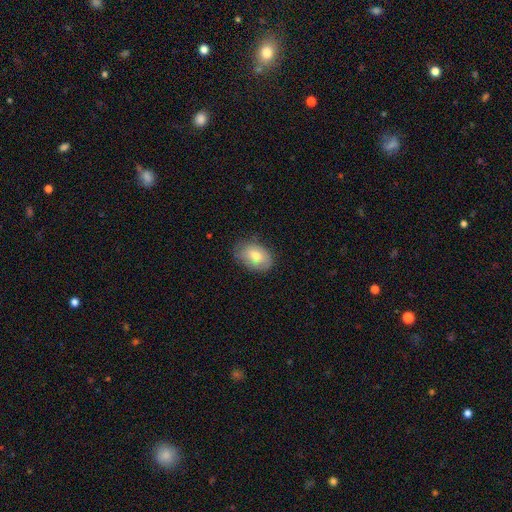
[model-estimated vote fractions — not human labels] This is likely a smooth galaxy (75%). How rounded: clearly in between (84%). Merging: likely none (77%).